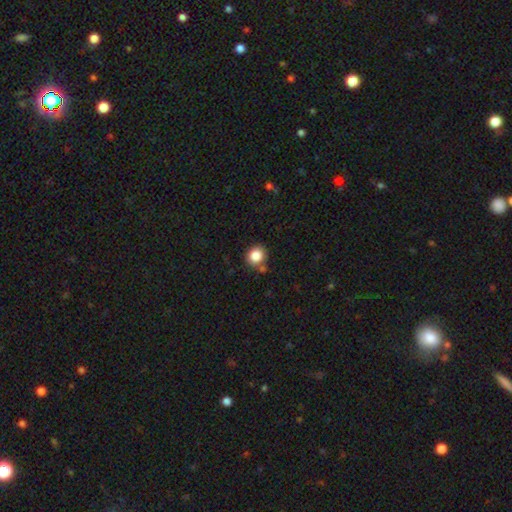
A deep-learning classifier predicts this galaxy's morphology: This appears to be a smooth galaxy with no disk features (85%) that is round (83%). Merging: none (78%).